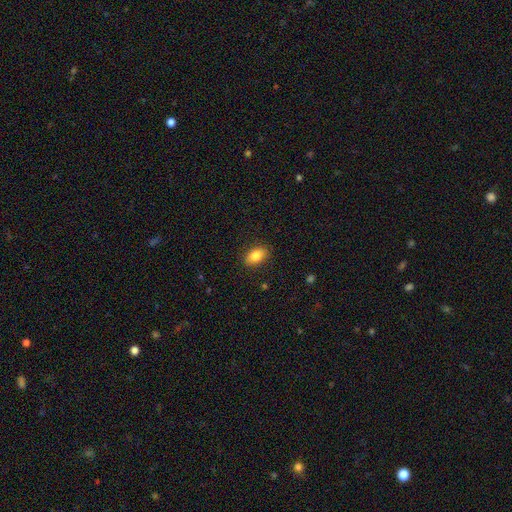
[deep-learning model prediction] smooth_or_featured: smooth (p=0.84) [alt: featured or disk p=0.09]
how_rounded: in between (p=0.87) [alt: round p=0.10]
merging: none (p=0.88) [alt: minor disturbance p=0.08]